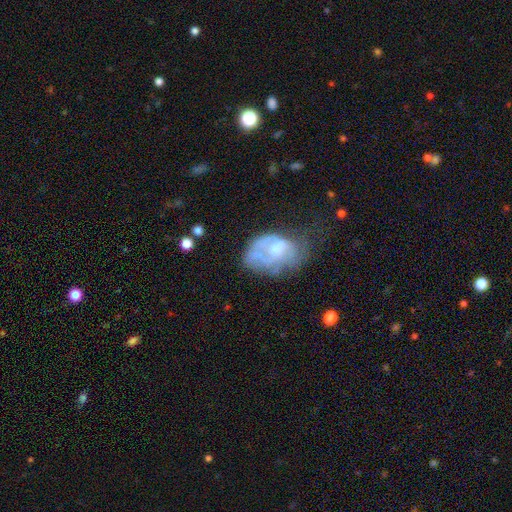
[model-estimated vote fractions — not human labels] Q: Smooth or featured?
A: featured or disk (56%); runner-up: smooth (35%)
Q: Edge-on disk?
A: no (97%); runner-up: yes (3%)
Q: Bar?
A: no (77%); runner-up: weak (19%)
Q: Spiral arms?
A: no (69%); runner-up: yes (31%)
Q: Bulge size?
A: moderate (38%); runner-up: small (30%)
Q: Merging?
A: major disturbance (36%); runner-up: none (29%)